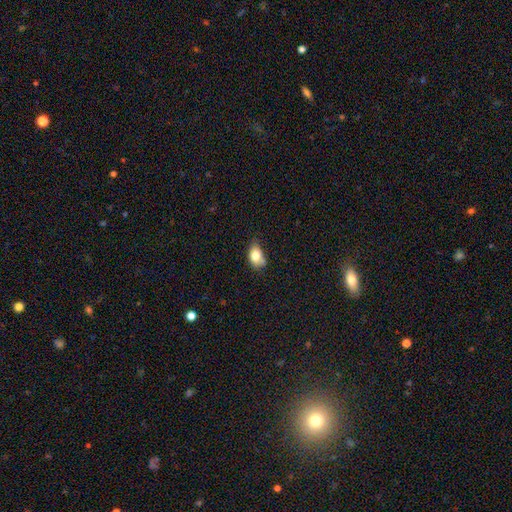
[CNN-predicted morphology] Overall: smooth (80%). How rounded: in between (82%). Merging: none (47%; minor disturbance 37%).